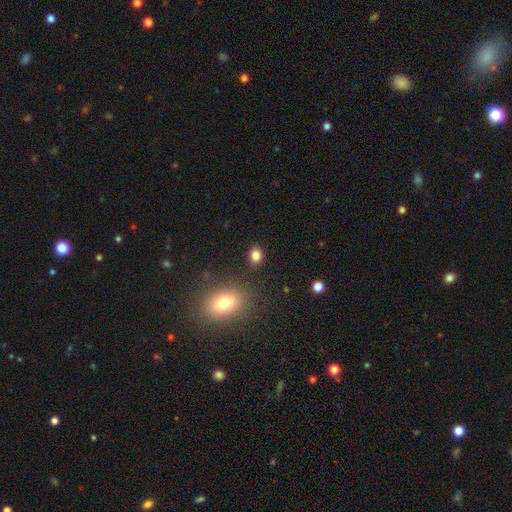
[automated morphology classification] Smooth or featured? Predicted: smooth (p=0.84). How rounded? Predicted: in between (p=0.60). Merging? Predicted: none (p=0.86).